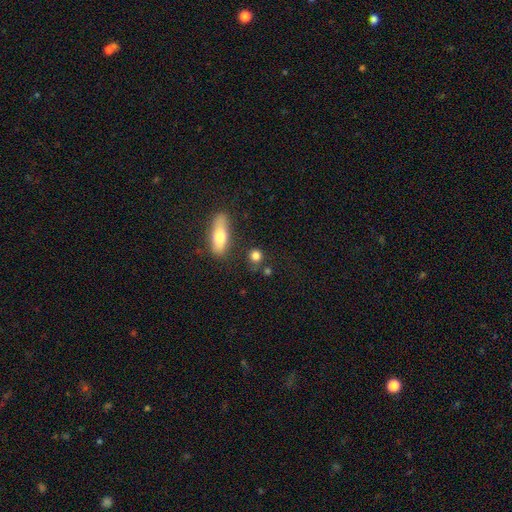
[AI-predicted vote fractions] A smooth galaxy with no disk features (82%) that is round (77%).

Vote fractions:
- Smooth or featured? smooth: 82% / star or artifact: 10% / featured or disk: 8%
- How rounded? round: 77% / in between: 17% / cigar-shaped: 6%
- Merging? none: 75% / minor disturbance: 12% / merger: 9% / major disturbance: 4%